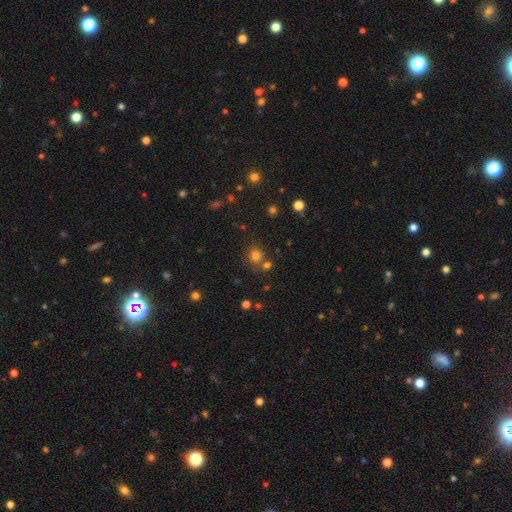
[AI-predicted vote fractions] smooth 75%, star or artifact 18%, featured or disk 7%. Down the decision tree: how rounded — round (87%); merging — none (67%).